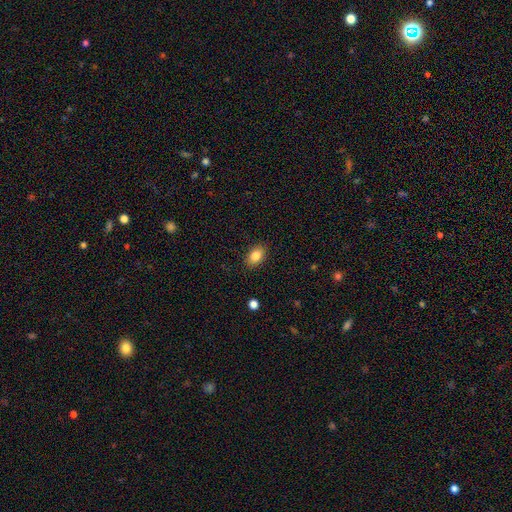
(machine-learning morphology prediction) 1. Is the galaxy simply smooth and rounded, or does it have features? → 84% smooth, 9% star or artifact, 7% featured or disk.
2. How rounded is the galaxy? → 84% in between, 14% round, 1% cigar-shaped.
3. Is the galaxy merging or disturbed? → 88% none, 9% minor disturbance, 2% major disturbance, 1% merger.